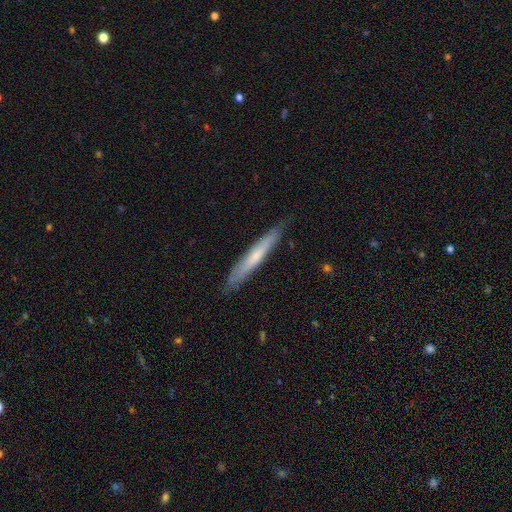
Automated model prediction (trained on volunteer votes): Smooth or featured? smooth (57%)
How rounded? cigar-shaped (95%)
Merging? none (83%)